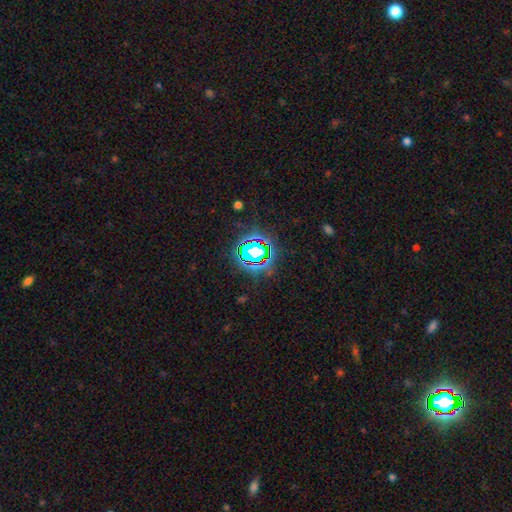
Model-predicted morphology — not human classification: Overall: star or artifact (73%).